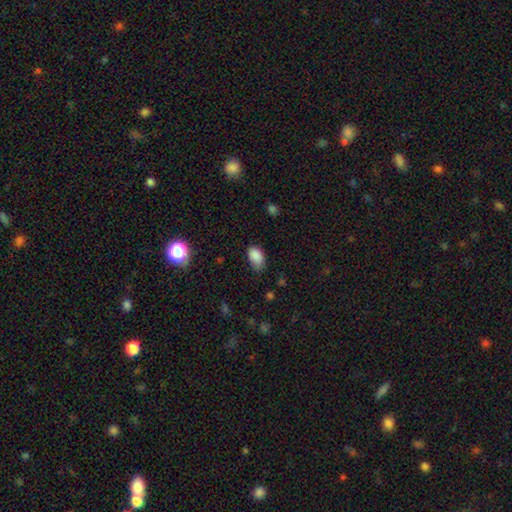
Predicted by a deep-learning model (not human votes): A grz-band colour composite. It shows a smooth galaxy with no disk features (86%) that is in between round and cigar-shaped (89%). Merging: none (60%).